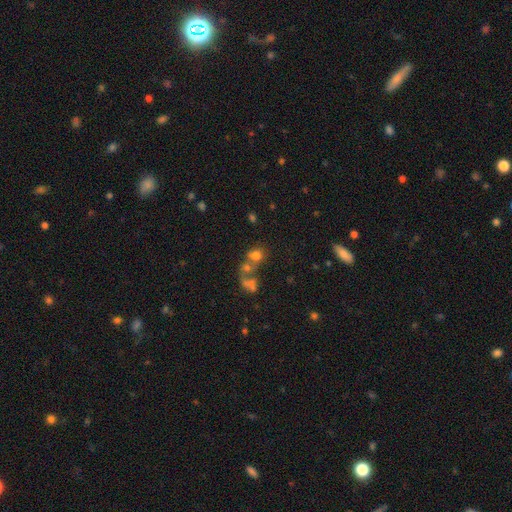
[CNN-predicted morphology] Q: Smooth or featured?
A: smooth (66%); runner-up: featured or disk (18%)
Q: How rounded?
A: round (61%); runner-up: in between (38%)
Q: Merging?
A: merger (49%); runner-up: none (33%)